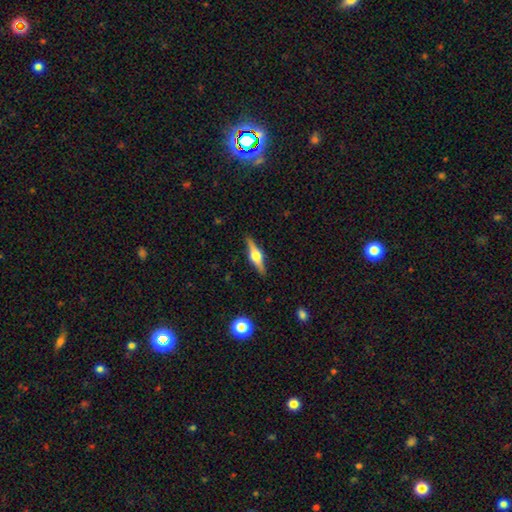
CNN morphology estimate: featured or disk 75%, smooth 19%, star or artifact 6%. Down the decision tree: edge-on disk — yes (97%); edge-on bulge — rounded (93%); merging — none (89%).